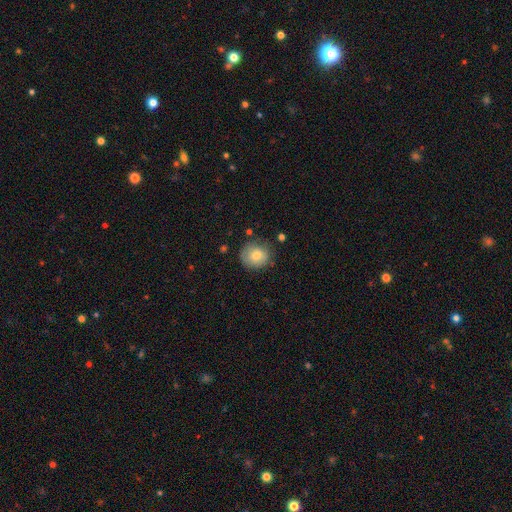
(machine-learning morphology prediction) Overall: smooth (75%). How rounded: round (86%). Merging: none (77%).